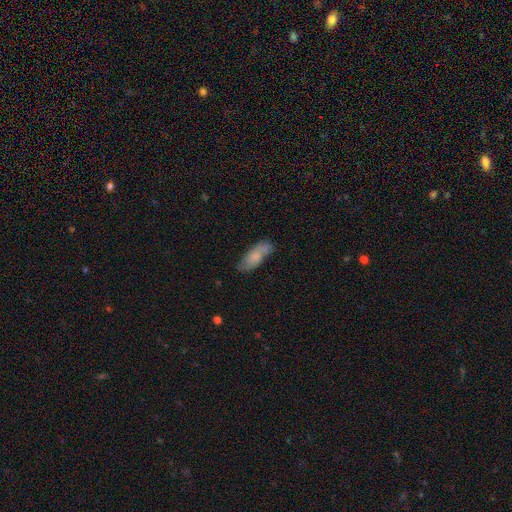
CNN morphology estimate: Smooth or featured?
  - smooth: 68% *
  - featured or disk: 25%
  - star or artifact: 7%
How rounded?
  - in between: 70% *
  - cigar-shaped: 28%
  - round: 2%
Merging?
  - none: 67% *
  - minor disturbance: 23%
  - major disturbance: 6%
  - merger: 3%